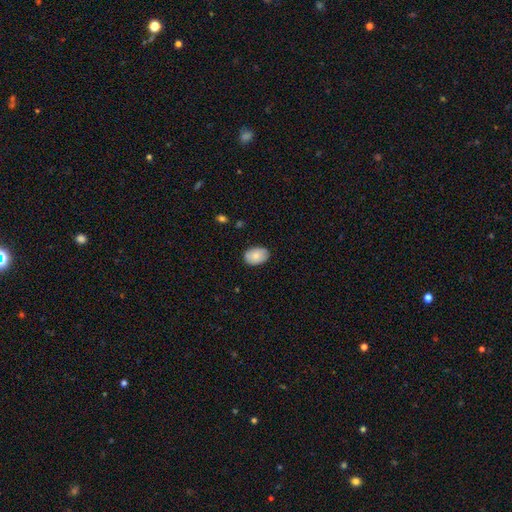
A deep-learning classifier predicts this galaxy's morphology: Smooth or featured? Predicted: smooth (p=0.82). How rounded? Predicted: in between (p=0.85). Merging? Predicted: none (p=0.82).